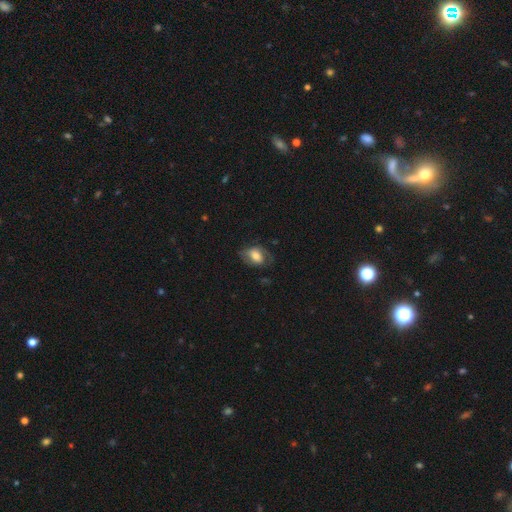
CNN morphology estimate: smooth_or_featured: smooth (p=0.54) [alt: featured or disk p=0.38]
how_rounded: in between (p=0.77) [alt: round p=0.22]
merging: none (p=0.58) [alt: minor disturbance p=0.23]